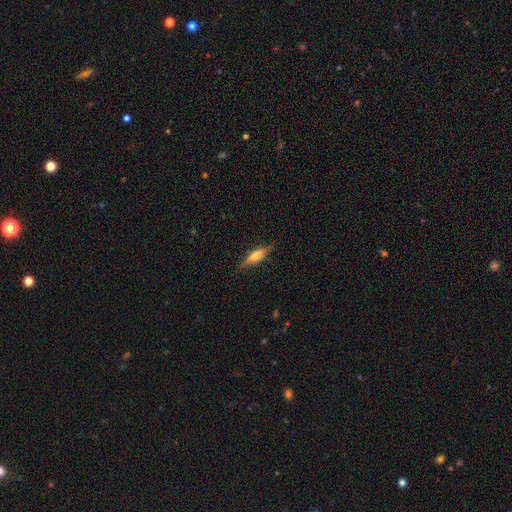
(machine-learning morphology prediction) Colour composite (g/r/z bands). It shows a smooth galaxy with no disk features (51%) that is cigar-shaped (62%). Merging: none (78%).